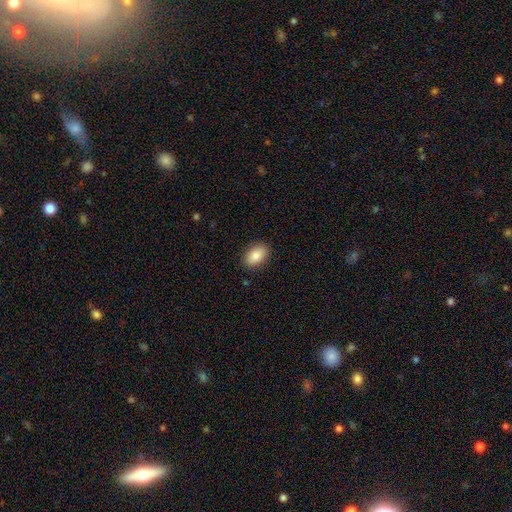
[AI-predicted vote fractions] Morphology: type=smooth (85%); roundness=in between (90%); merging=none (88%).